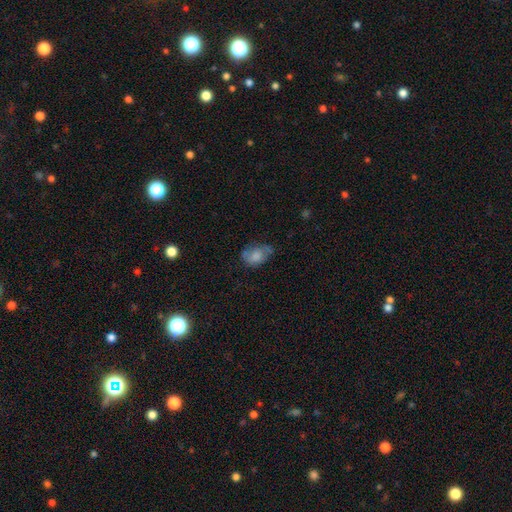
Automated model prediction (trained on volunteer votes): A smooth galaxy with no disk features (73%) that is in between round and cigar-shaped (79%).

Vote fractions:
- Smooth or featured? smooth: 73% / featured or disk: 18% / star or artifact: 9%
- How rounded? in between: 79% / round: 19% / cigar-shaped: 1%
- Merging? none: 46% / minor disturbance: 35% / major disturbance: 15% / merger: 4%